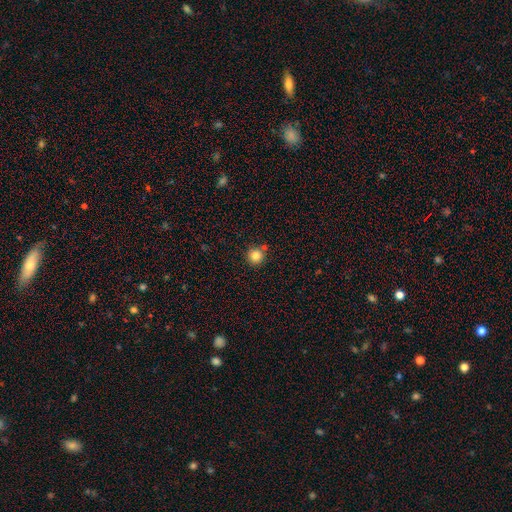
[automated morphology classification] smooth-or-featured: smooth: 83% | star or artifact: 11% | featured or disk: 5%
  how-rounded: round: 95% | in between: 4% | cigar-shaped: 1%
  merging: none: 79% | merger: 11% | minor disturbance: 8% | major disturbance: 2%